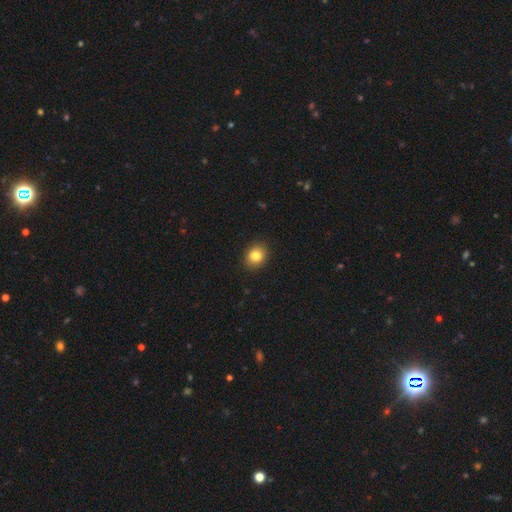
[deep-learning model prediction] smooth-or-featured: smooth: 82% | star or artifact: 10% | featured or disk: 7%
  how-rounded: round: 63% | in between: 36% | cigar-shaped: 1%
  merging: none: 91% | minor disturbance: 7% | major disturbance: 2% | merger: 1%